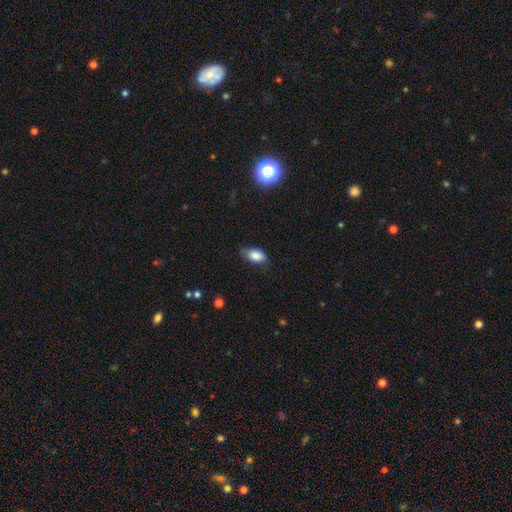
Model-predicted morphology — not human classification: Smooth or featured? Predicted: smooth (p=0.85). How rounded? Predicted: in between (p=0.90). Merging? Predicted: none (p=0.60).